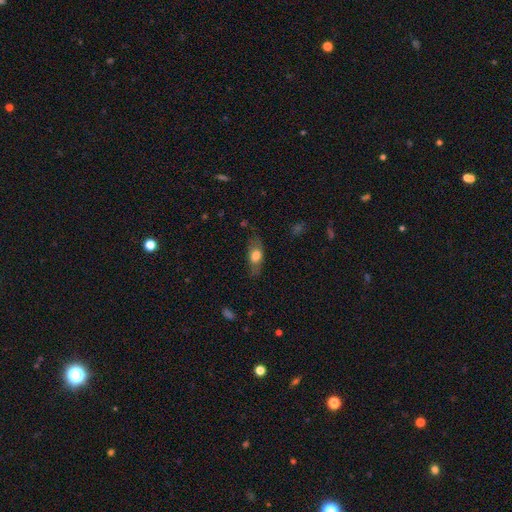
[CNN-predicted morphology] Smooth or featured? Predicted: smooth (p=0.65). How rounded? Predicted: in between (p=0.77). Merging? Predicted: none (p=0.69).